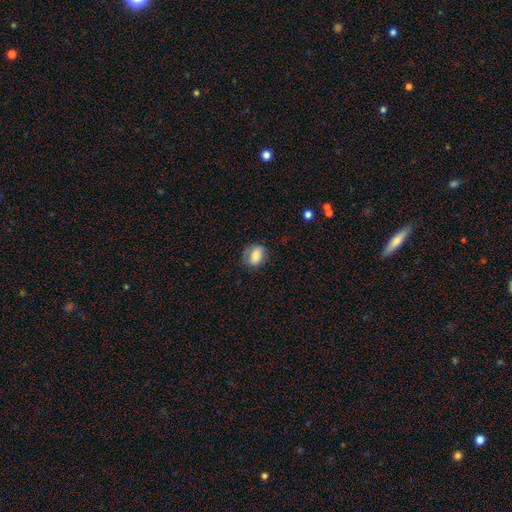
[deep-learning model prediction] Smooth or featured? smooth (79%)
How rounded? in between (64%)
Merging? none (70%)